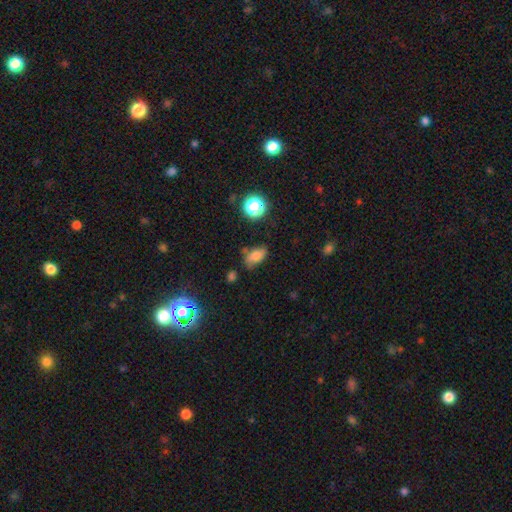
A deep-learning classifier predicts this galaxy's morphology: Q: Smooth or featured?
A: smooth (71%); runner-up: featured or disk (15%)
Q: How rounded?
A: in between (85%); runner-up: round (10%)
Q: Merging?
A: none (59%); runner-up: minor disturbance (28%)